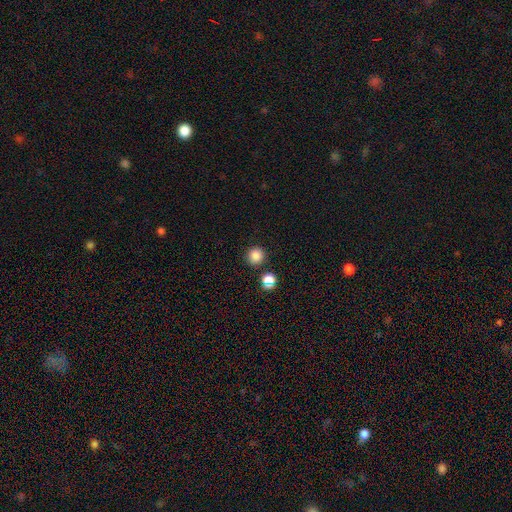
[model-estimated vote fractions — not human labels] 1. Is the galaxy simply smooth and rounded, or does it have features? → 83% smooth, 13% star or artifact, 4% featured or disk.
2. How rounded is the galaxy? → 94% round, 5% in between, 1% cigar-shaped.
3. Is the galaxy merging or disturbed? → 87% none, 6% minor disturbance, 4% merger, 2% major disturbance.